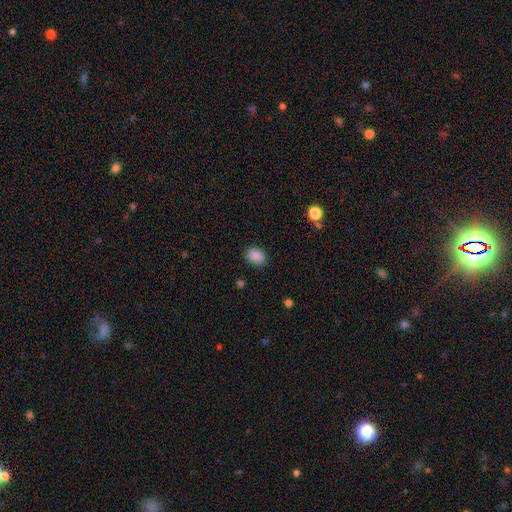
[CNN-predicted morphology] type=smooth (87%); roundness=in between (70%); merging=none (82%).